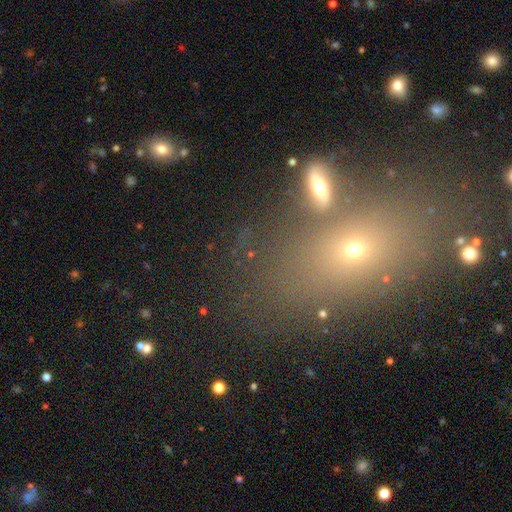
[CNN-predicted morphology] smooth_or_featured: smooth (p=0.45) [alt: star or artifact p=0.34]
merging: none (p=0.55) [alt: merger p=0.25]